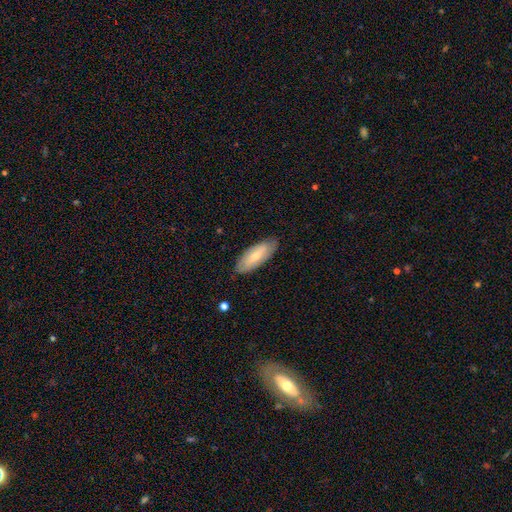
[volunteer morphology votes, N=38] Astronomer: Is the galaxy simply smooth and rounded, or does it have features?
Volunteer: featured or disk — 50% (runner-up: smooth, 47%).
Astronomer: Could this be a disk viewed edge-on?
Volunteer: no — 79%.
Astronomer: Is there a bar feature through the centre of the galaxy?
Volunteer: no — 40% (runner-up: strong, 33%).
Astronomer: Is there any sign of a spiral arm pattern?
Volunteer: no — 53% (runner-up: yes, 47%).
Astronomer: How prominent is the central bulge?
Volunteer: moderate — 60% (runner-up: small, 40%).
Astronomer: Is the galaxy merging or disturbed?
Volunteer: none — 81%.